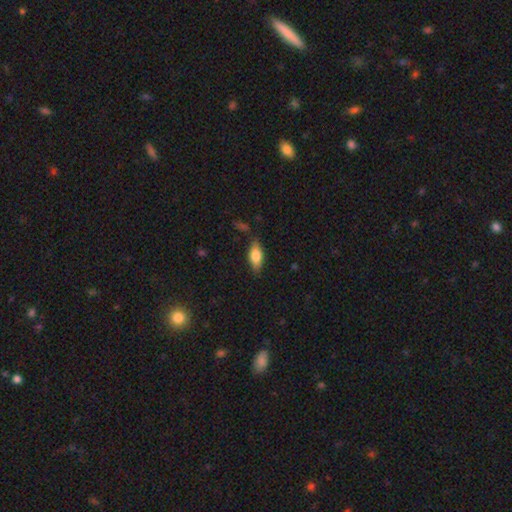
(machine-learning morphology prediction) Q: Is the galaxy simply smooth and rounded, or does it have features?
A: smooth — 75%.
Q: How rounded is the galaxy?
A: in between — 81%.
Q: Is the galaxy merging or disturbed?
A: none — 79%.